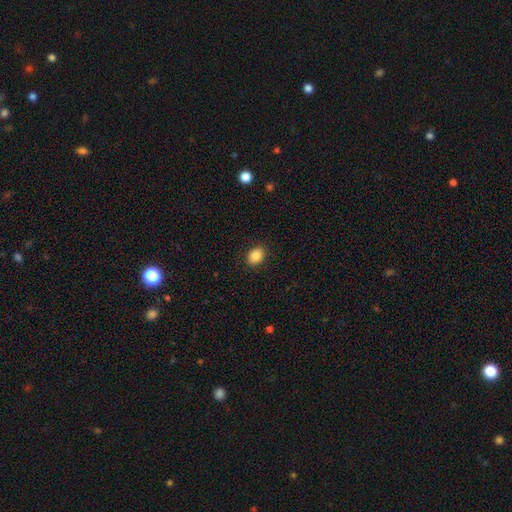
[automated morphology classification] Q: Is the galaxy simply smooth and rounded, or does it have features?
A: smooth — 86%.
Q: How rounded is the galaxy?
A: in between — 62%.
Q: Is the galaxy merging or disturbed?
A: none — 89%.